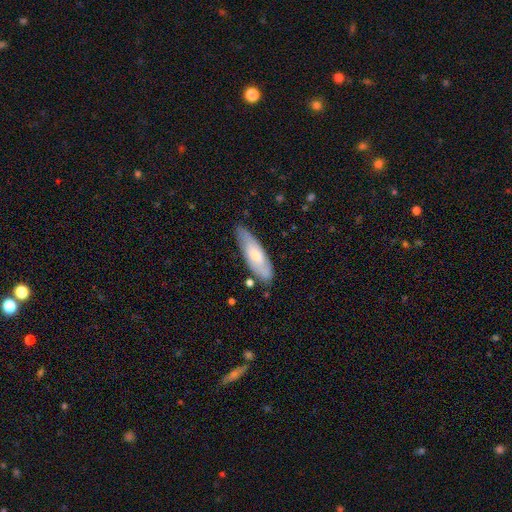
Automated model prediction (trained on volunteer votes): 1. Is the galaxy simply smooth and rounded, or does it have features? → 53% smooth, 42% featured or disk, 6% star or artifact.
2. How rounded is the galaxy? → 53% in between, 46% cigar-shaped, 2% round.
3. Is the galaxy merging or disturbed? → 74% none, 20% minor disturbance, 4% major disturbance, 2% merger.